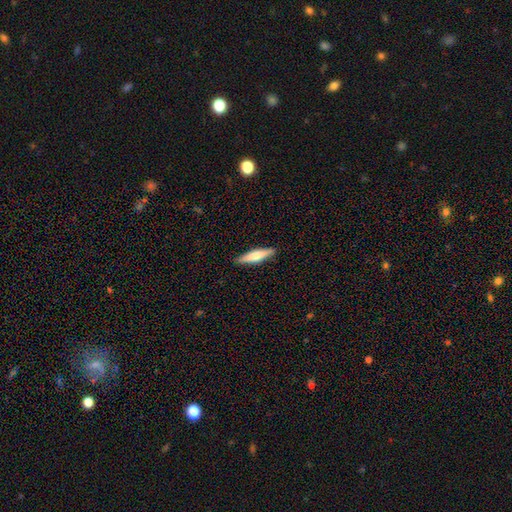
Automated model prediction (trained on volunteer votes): smooth-or-featured: smooth: 63% | featured or disk: 31% | star or artifact: 5%
  how-rounded: cigar-shaped: 80% | in between: 18% | round: 1%
  merging: none: 90% | minor disturbance: 7% | major disturbance: 2% | merger: 1%